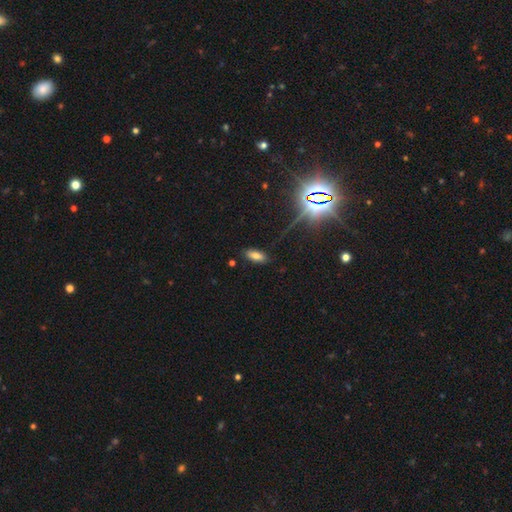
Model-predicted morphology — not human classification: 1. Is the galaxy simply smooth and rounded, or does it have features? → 74% smooth, 15% star or artifact, 11% featured or disk.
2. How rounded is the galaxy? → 82% in between, 15% cigar-shaped, 3% round.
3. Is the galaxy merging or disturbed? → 85% none, 11% minor disturbance, 2% major disturbance, 2% merger.